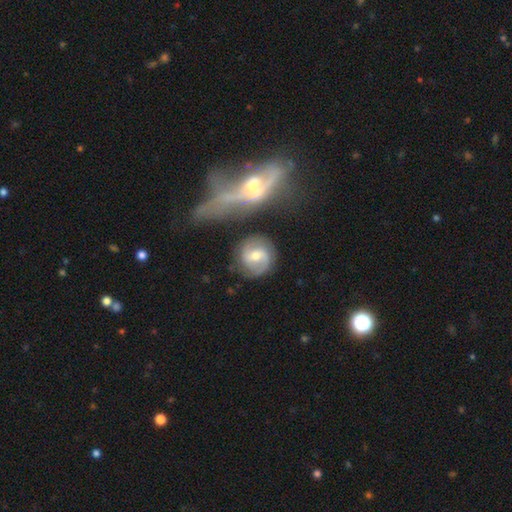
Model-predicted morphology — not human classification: Smooth or featured? featured or disk (75%)
Edge-on disk? no (97%)
Bar? weak (47%)
Spiral arms? yes (93%)
Spiral winding? medium (48%)
Spiral arm count? 2 (85%)
Bulge size? moderate (62%)
Merging? none (75%)